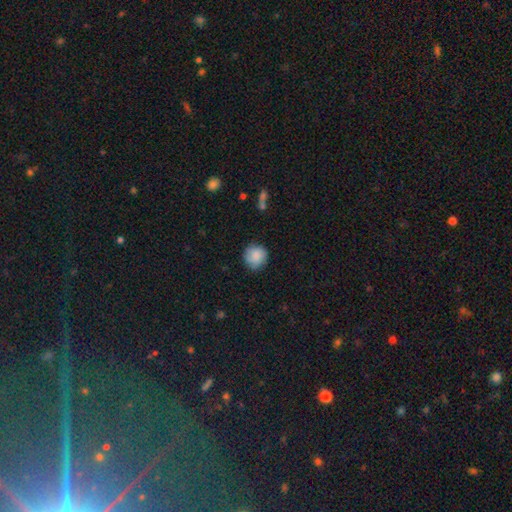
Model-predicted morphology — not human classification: The model was most divided on "merging": none: 80%, minor disturbance: 15%, major disturbance: 3%, merger: 1%. More confident: how rounded — round (91%); smooth or featured — smooth (84%).